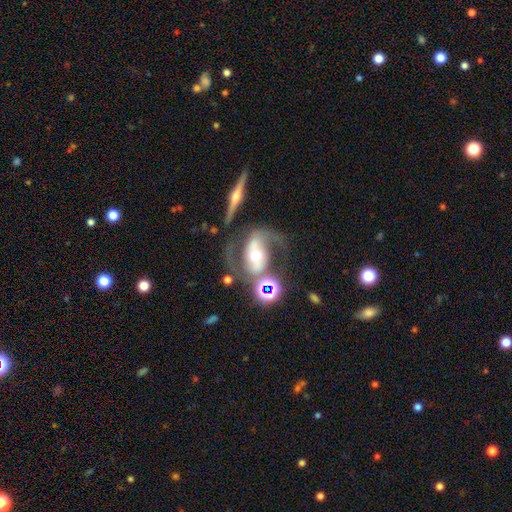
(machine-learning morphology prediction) This is clearly a featured or disk galaxy (81%). It is clearly not viewed edge-on (94%). Bar: marginally strong (44%). Spiral arm pattern: clearly yes (91%). Spiral arm count: clearly 2 (89%). Spiral winding: marginally medium (45%). Central bulge: likely moderate (67%). Merging: possibly none (58%).